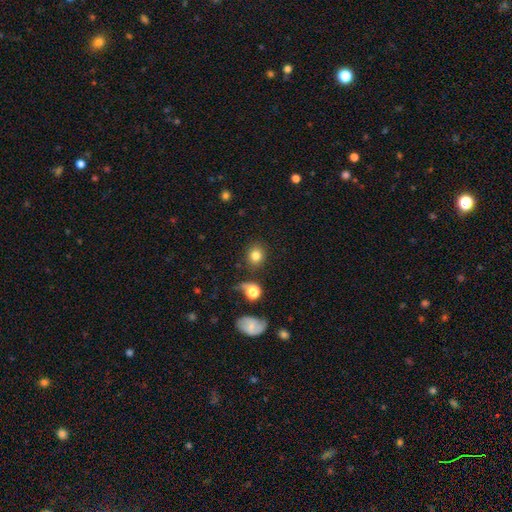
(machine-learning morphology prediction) This is clearly a smooth galaxy (80%). How rounded: likely round (78%). Merging: clearly none (82%).